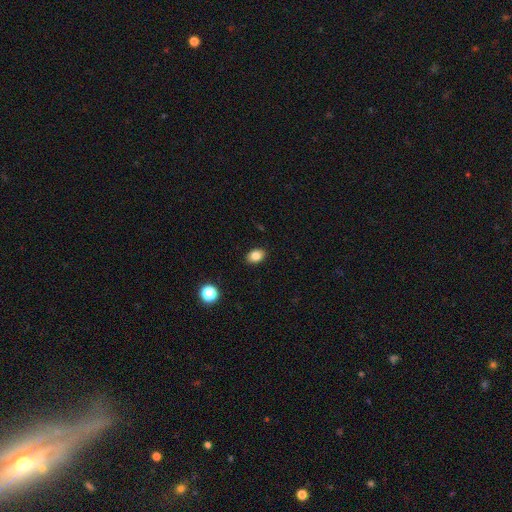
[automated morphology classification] smooth-or-featured: smooth: 83% | star or artifact: 10% | featured or disk: 7%
  how-rounded: in between: 75% | round: 24% | cigar-shaped: 1%
  merging: none: 89% | minor disturbance: 8% | major disturbance: 2% | merger: 1%